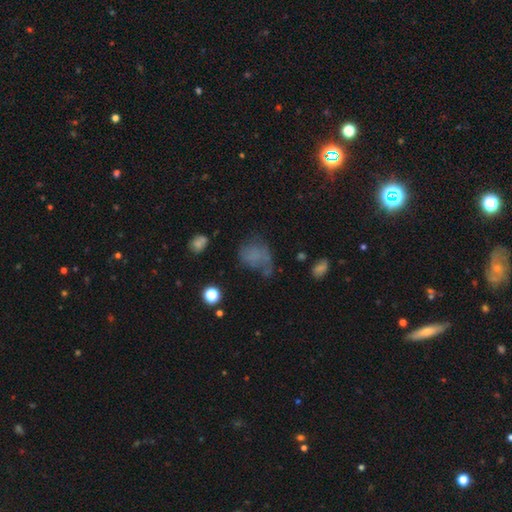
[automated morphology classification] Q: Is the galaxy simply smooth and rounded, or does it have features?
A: smooth — 56%.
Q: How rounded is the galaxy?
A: in between — 58%.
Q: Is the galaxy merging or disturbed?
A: none — 34%.